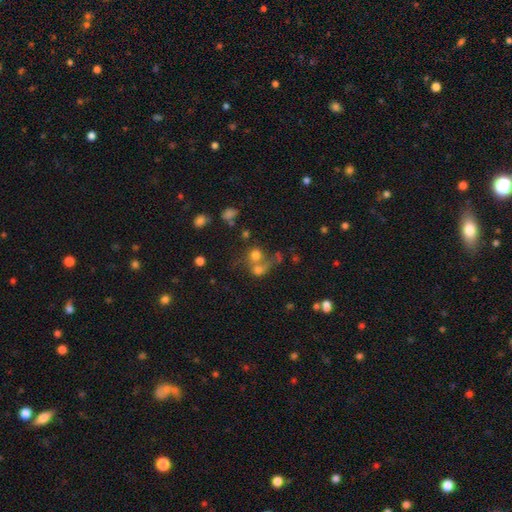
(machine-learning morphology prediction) type=smooth (67%); roundness=round (83%); merging=merger (51%).